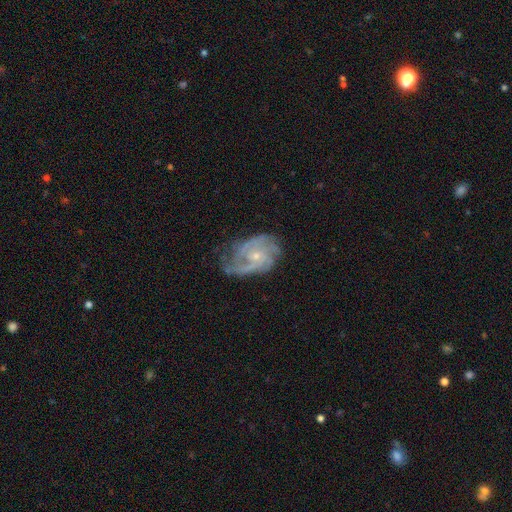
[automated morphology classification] A featured or disk galaxy (84%) with no bar (65%), 2 (30%) medium (44%) spiral arms (94%) and a small central bulge (72%). Merging: none (58%).